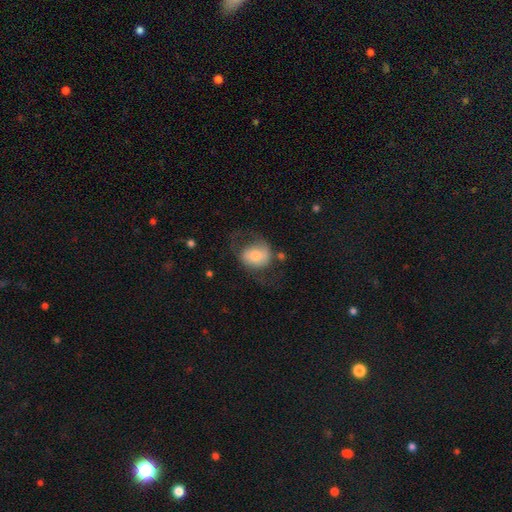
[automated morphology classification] Smooth or featured? Predicted: smooth (p=0.56). How rounded? Predicted: round (p=0.53). Merging? Predicted: none (p=0.47).